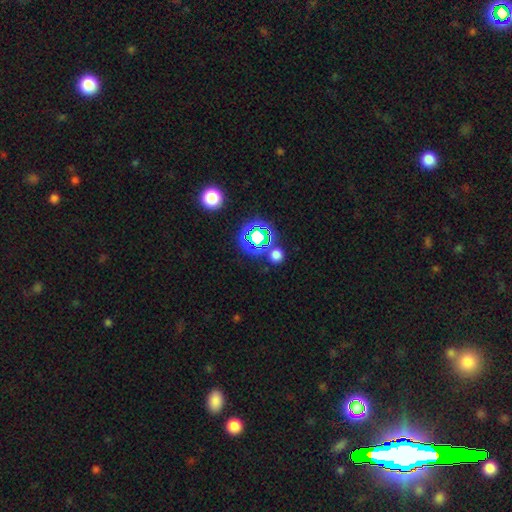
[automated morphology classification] Overall: star or artifact (74%).